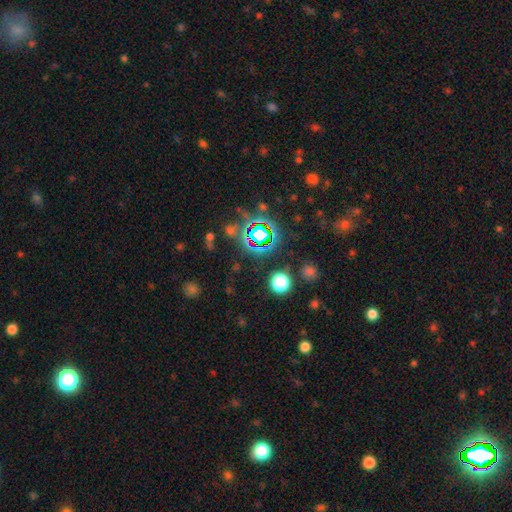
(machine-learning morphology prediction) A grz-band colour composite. It shows a star or artifact, not a galaxy (66%).